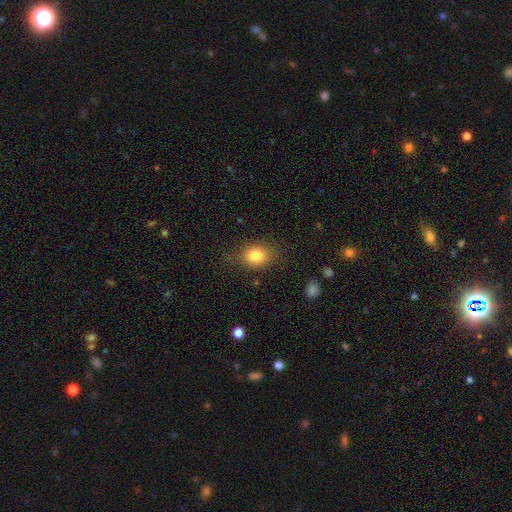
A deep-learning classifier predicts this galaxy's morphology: smooth 82%, star or artifact 10%, featured or disk 8%. Down the decision tree: how rounded — in between (52%); merging — none (74%).